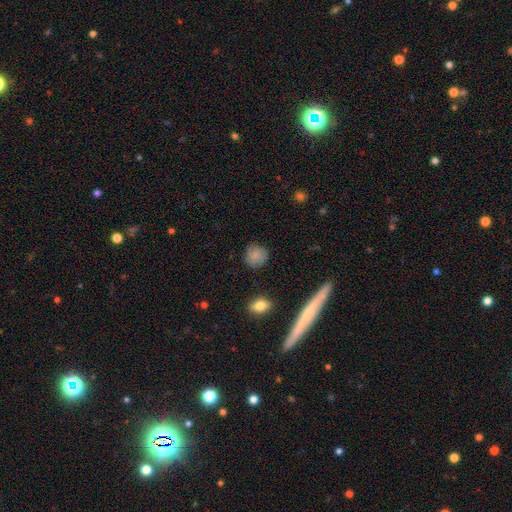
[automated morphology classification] smooth 82%, star or artifact 9%, featured or disk 8%. Down the decision tree: how rounded — round (87%); merging — none (84%).